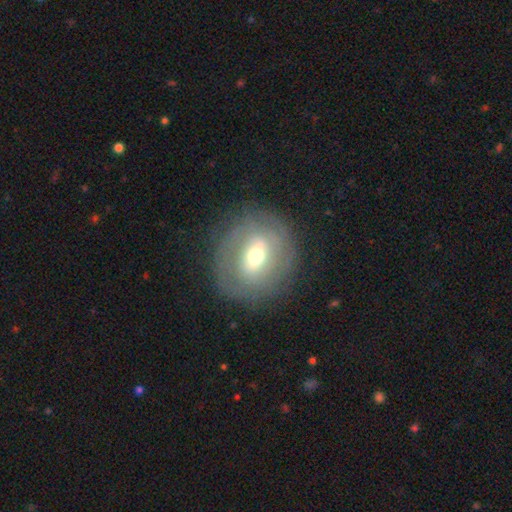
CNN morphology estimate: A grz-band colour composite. It shows a featured or disk galaxy (59%) with a weak bar (41%), no spiral arms (55%) and a moderate central bulge (63%). Merging: none (79%).